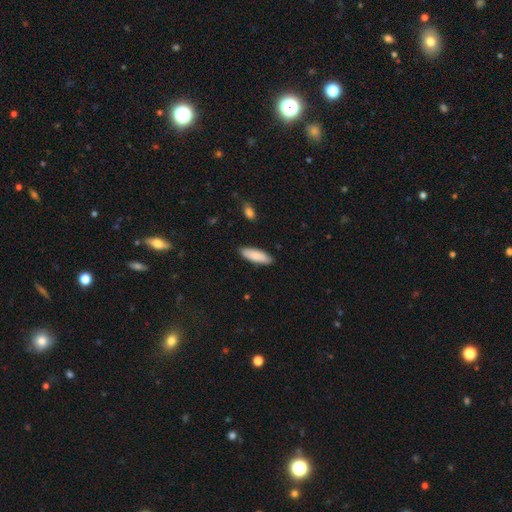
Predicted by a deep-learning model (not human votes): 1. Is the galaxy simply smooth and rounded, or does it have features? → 85% smooth, 9% featured or disk, 5% star or artifact.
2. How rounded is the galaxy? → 56% in between, 43% cigar-shaped, 2% round.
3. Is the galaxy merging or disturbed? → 87% none, 9% minor disturbance, 2% major disturbance, 1% merger.